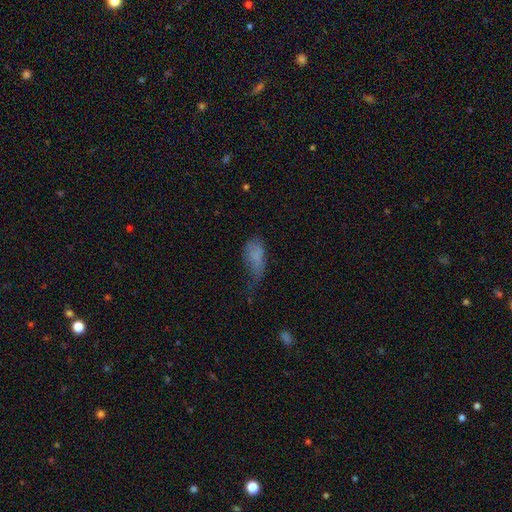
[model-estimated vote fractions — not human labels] Smooth or featured?
  - smooth: 67% *
  - featured or disk: 20%
  - star or artifact: 13%
How rounded?
  - in between: 87% *
  - cigar-shaped: 8%
  - round: 5%
Merging?
  - major disturbance: 45% *
  - minor disturbance: 30%
  - none: 20%
  - merger: 5%